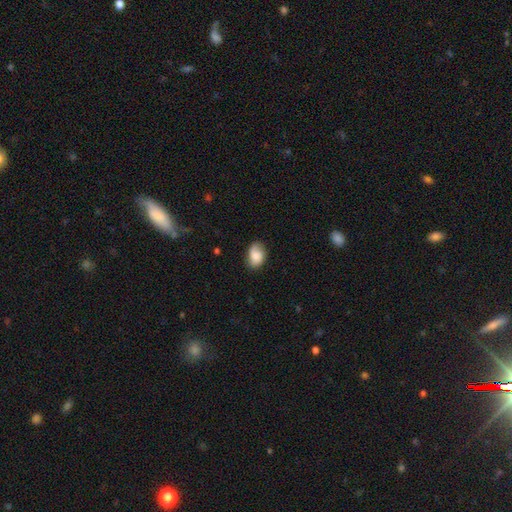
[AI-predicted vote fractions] Q: Smooth or featured?
A: smooth (76%); runner-up: featured or disk (16%)
Q: How rounded?
A: in between (81%); runner-up: round (18%)
Q: Merging?
A: none (70%); runner-up: minor disturbance (23%)